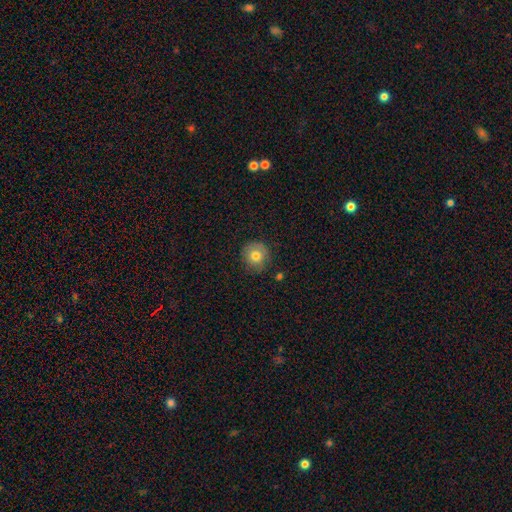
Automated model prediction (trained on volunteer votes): smooth-or-featured: smooth: 78% | featured or disk: 12% | star or artifact: 10%
  how-rounded: round: 92% | in between: 7% | cigar-shaped: 1%
  merging: none: 84% | minor disturbance: 12% | major disturbance: 3% | merger: 2%